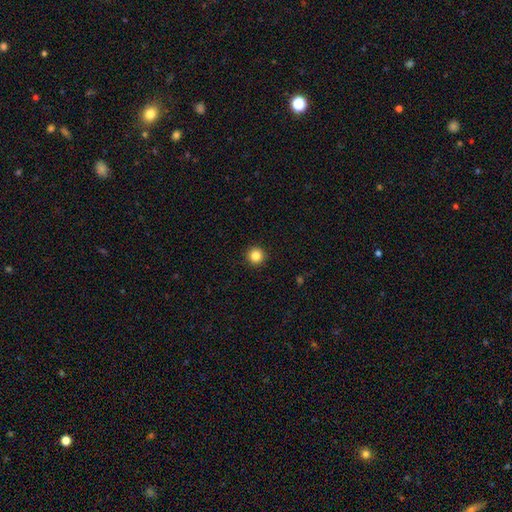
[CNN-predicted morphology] This appears to be a smooth galaxy with no disk features (84%) that is round (96%). Merging: none (93%).